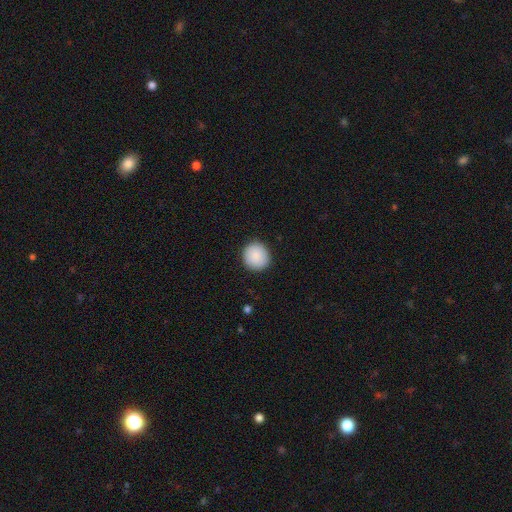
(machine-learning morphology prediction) A smooth galaxy with no disk features (89%) that is round (92%). Merging: none (92%).